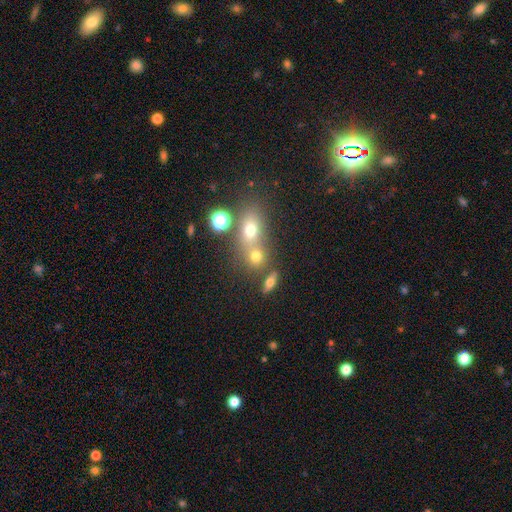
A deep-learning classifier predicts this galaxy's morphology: A smooth galaxy with no disk features (68%) that is round (60%). Merging: none (46%).